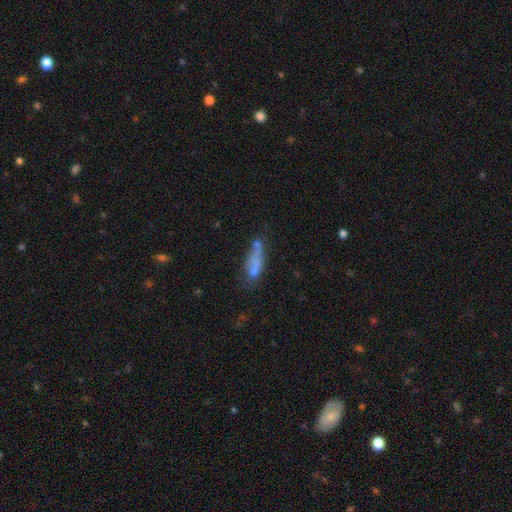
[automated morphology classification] A smooth galaxy with no disk features (52%) that is cigar-shaped (60%). Merging: none (60%).